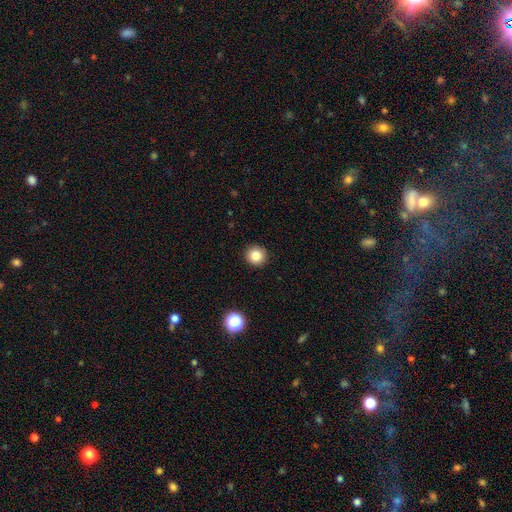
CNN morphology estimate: Smooth or featured? Predicted: smooth (p=0.82). How rounded? Predicted: round (p=0.94). Merging? Predicted: none (p=0.93).